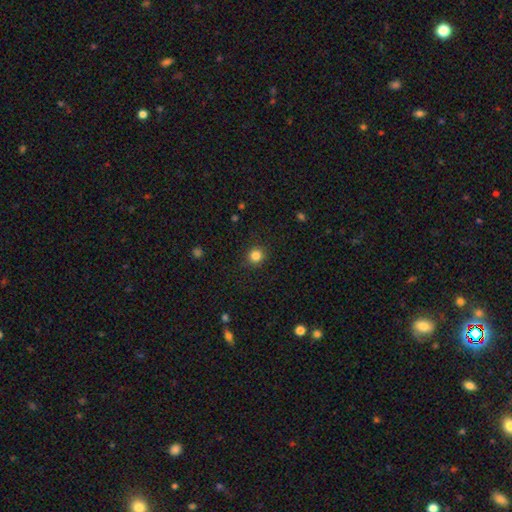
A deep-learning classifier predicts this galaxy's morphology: Q: Smooth or featured?
A: smooth (84%); runner-up: star or artifact (12%)
Q: How rounded?
A: round (92%); runner-up: in between (7%)
Q: Merging?
A: none (90%); runner-up: minor disturbance (6%)